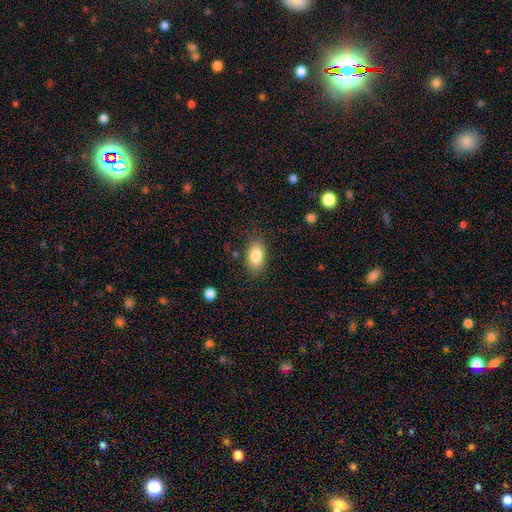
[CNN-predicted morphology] This is clearly a smooth galaxy (84%). How rounded: clearly in between (91%). Merging: clearly none (83%).